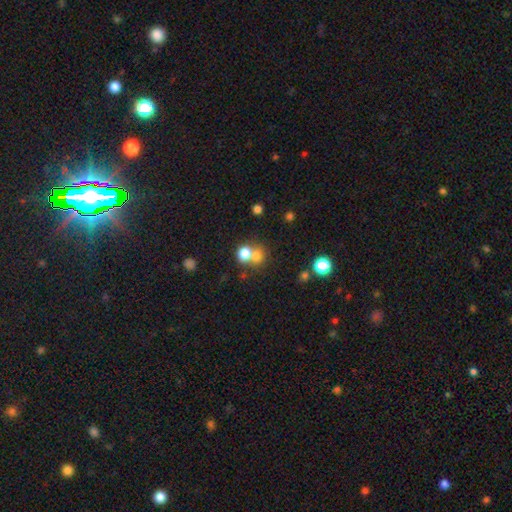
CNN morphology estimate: Overall: smooth (73%). How rounded: round (79%). Merging: merger (51%; none 39%).